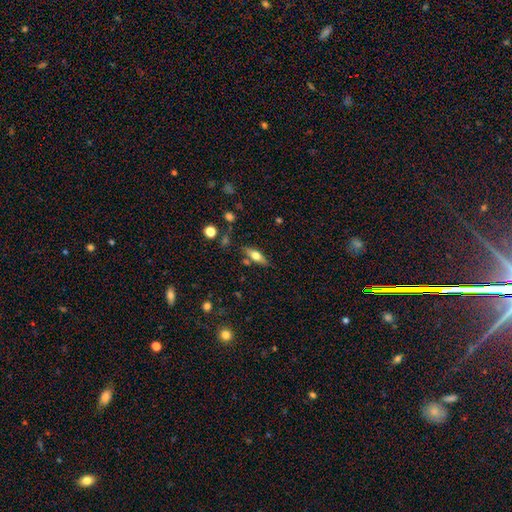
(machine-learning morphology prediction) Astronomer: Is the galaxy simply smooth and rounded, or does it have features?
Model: smooth — 52% (runner-up: featured or disk, 41%).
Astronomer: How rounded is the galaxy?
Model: in between — 58% (runner-up: cigar-shaped, 38%).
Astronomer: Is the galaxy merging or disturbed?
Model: none — 76%.